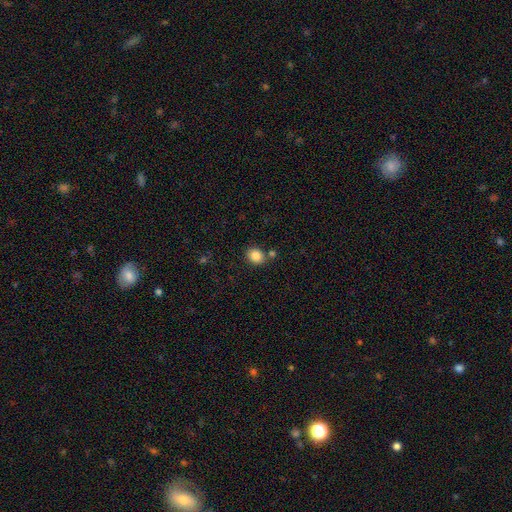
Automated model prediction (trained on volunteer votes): A smooth galaxy with no disk features (85%) that is round (65%).

Vote fractions:
- Smooth or featured? smooth: 85% / star or artifact: 9% / featured or disk: 5%
- How rounded? round: 65% / in between: 35% / cigar-shaped: 1%
- Merging? none: 78% / merger: 10% / minor disturbance: 9% / major disturbance: 3%